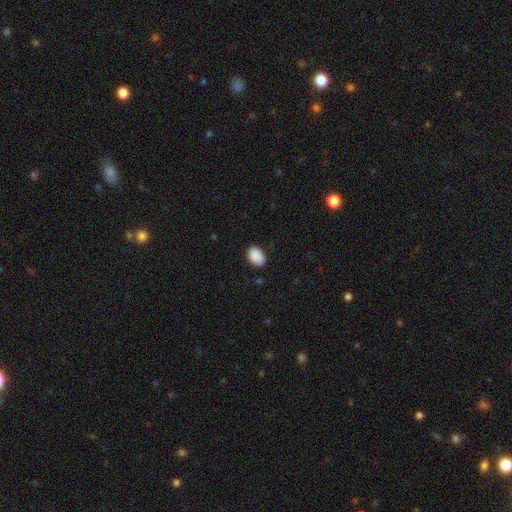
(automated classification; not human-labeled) Smooth or featured?
  - smooth: 91% *
  - star or artifact: 7%
  - featured or disk: 3%
How rounded?
  - in between: 86% *
  - round: 13%
  - cigar-shaped: 1%
Merging?
  - none: 86% *
  - minor disturbance: 11%
  - major disturbance: 2%
  - merger: 1%